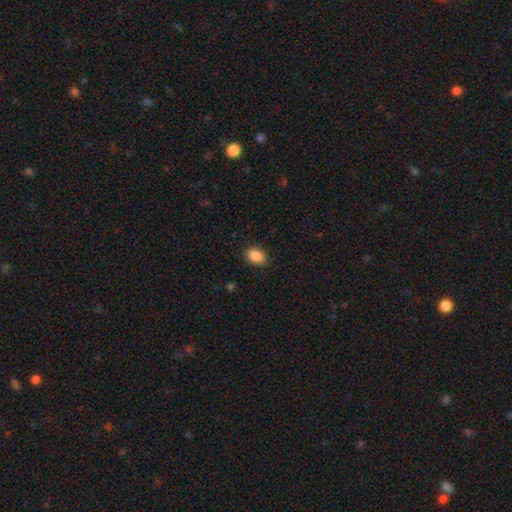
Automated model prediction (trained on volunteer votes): Smooth or featured?
  - smooth: 89% *
  - star or artifact: 8%
  - featured or disk: 3%
How rounded?
  - in between: 85% *
  - round: 14%
  - cigar-shaped: 1%
Merging?
  - none: 88% *
  - minor disturbance: 9%
  - major disturbance: 2%
  - merger: 1%